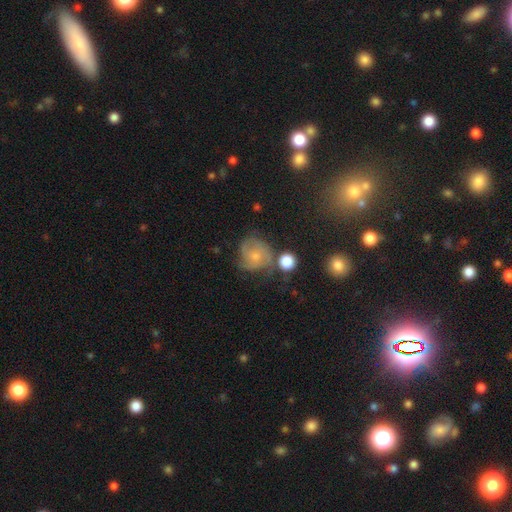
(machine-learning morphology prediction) This appears to be a featured or disk galaxy (59%) with no bar (78%), spiral arms (86%) and a small central bulge (54%). Merging: none (53%).